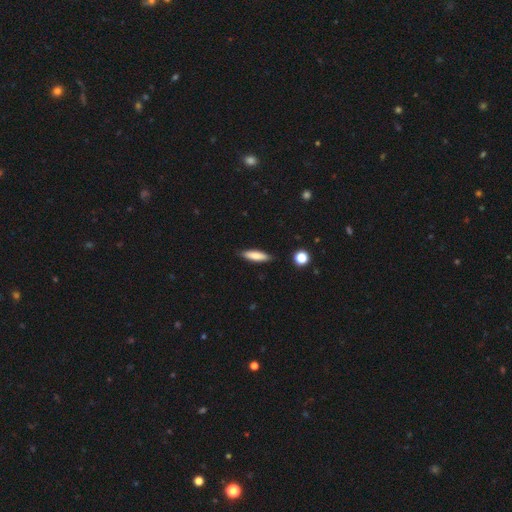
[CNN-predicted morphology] A smooth galaxy with no disk features (79%) that is cigar-shaped (69%).

Vote fractions:
- Smooth or featured? smooth: 79% / featured or disk: 15% / star or artifact: 6%
- How rounded? cigar-shaped: 69% / in between: 29% / round: 2%
- Merging? none: 87% / minor disturbance: 9% / major disturbance: 2% / merger: 1%